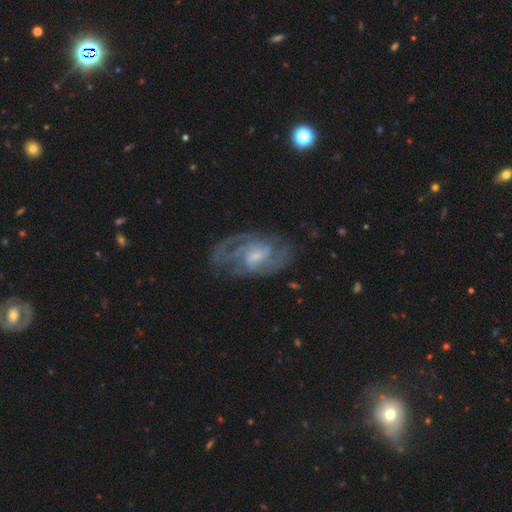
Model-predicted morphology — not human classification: Q: Smooth or featured?
A: featured or disk (84%); runner-up: smooth (10%)
Q: Edge-on disk?
A: no (96%); runner-up: yes (4%)
Q: Bar?
A: weak (57%); runner-up: no (29%)
Q: Spiral arms?
A: yes (93%); runner-up: no (7%)
Q: Spiral winding?
A: medium (46%); runner-up: tight (40%)
Q: Spiral arm count?
A: 2 (41%); runner-up: can't tell (28%)
Q: Bulge size?
A: small (47%); runner-up: moderate (37%)
Q: Merging?
A: none (65%); runner-up: minor disturbance (19%)